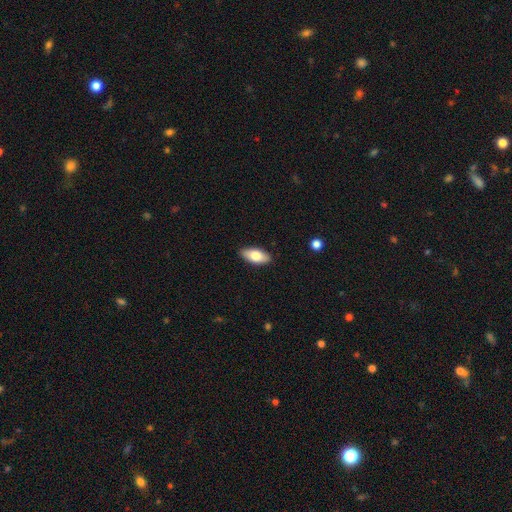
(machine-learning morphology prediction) This is likely a smooth galaxy (78%). How rounded: clearly in between (89%). Merging: clearly none (88%).